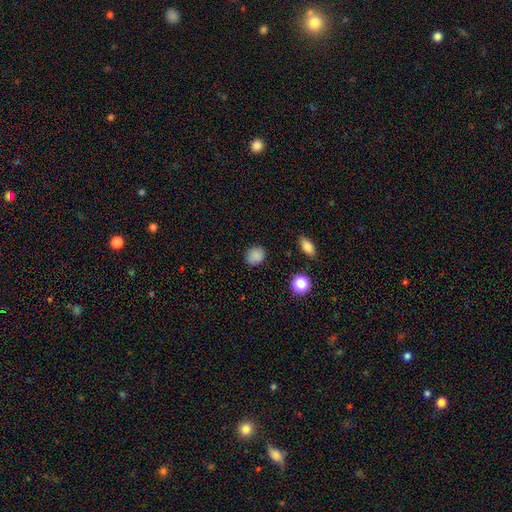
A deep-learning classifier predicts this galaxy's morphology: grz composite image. It shows a smooth galaxy with no disk features (84%) that is round (68%). Merging: none (81%).